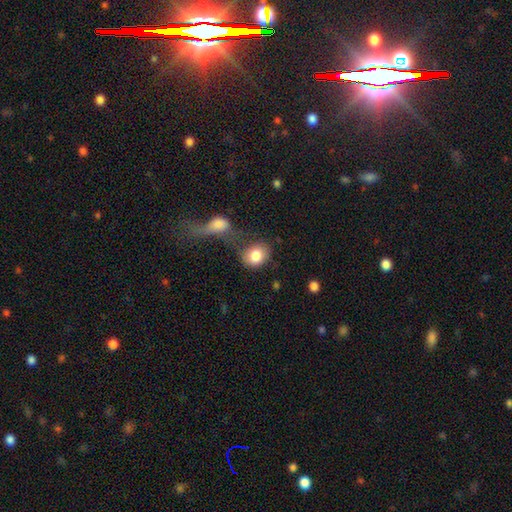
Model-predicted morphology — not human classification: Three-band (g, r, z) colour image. It shows a smooth galaxy with no disk features (84%) that is round (55%). Merging: none (42%).